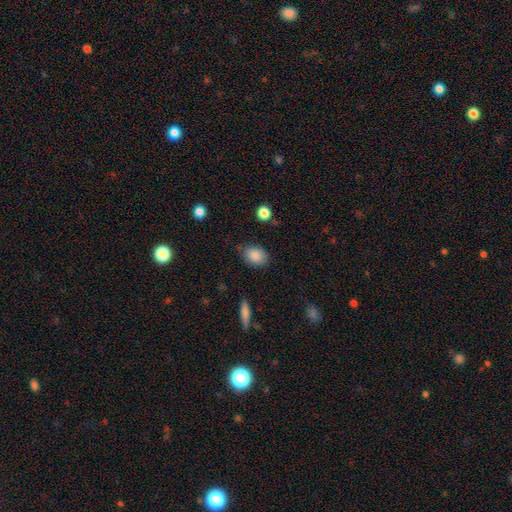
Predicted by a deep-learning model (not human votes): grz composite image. It shows a smooth galaxy with no disk features (87%) that is in between round and cigar-shaped (68%). Merging: none (79%).